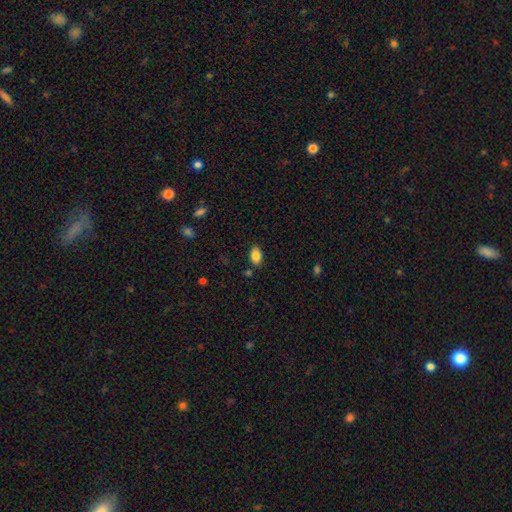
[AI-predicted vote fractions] Overall: smooth (85%). How rounded: in between (89%). Merging: none (83%).